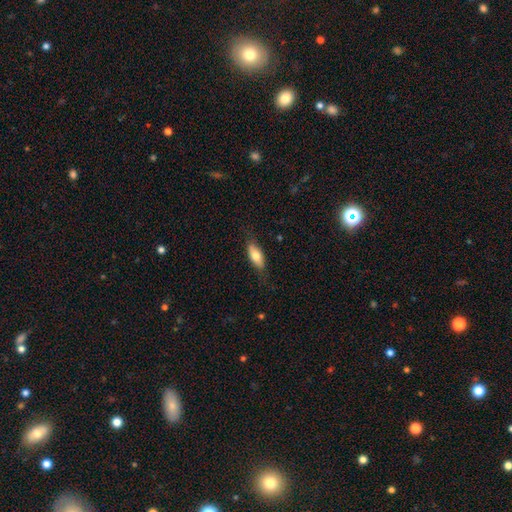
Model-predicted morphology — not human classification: Q: Smooth or featured?
A: smooth (71%); runner-up: featured or disk (23%)
Q: How rounded?
A: in between (76%); runner-up: cigar-shaped (21%)
Q: Merging?
A: none (78%); runner-up: minor disturbance (17%)